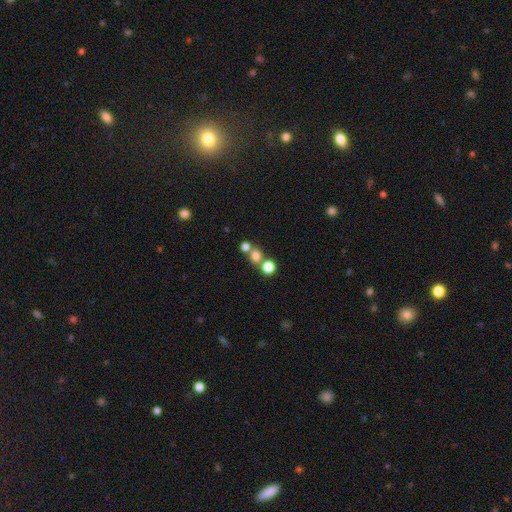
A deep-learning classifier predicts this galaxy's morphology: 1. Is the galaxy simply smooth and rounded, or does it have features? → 73% smooth, 18% star or artifact, 10% featured or disk.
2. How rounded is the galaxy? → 82% round, 17% in between, 1% cigar-shaped.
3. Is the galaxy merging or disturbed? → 52% none, 37% merger, 7% minor disturbance, 4% major disturbance.